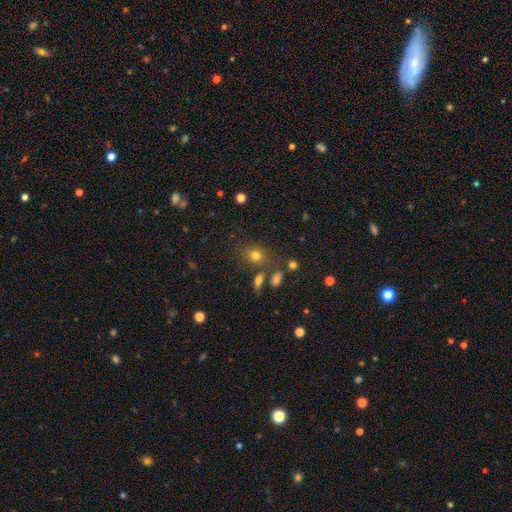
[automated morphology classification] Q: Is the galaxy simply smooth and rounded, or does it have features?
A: smooth — 75%.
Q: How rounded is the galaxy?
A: round — 61%.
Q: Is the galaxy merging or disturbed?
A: none — 71%.